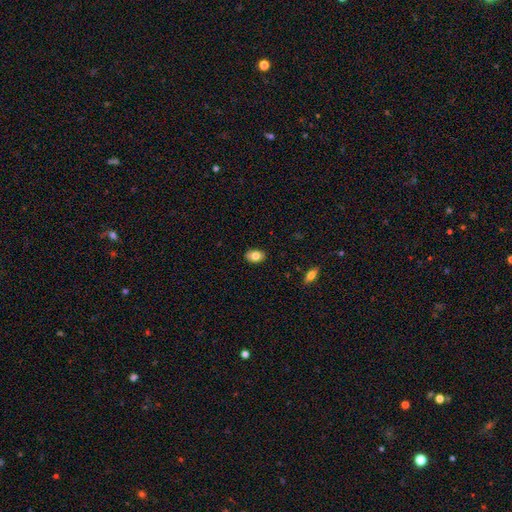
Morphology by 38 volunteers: Volunteers were most divided on "merging": none: 89%, minor disturbance: 8%, major disturbance: 3%, merger: 0%. More confident: smooth or featured — smooth (92%); how rounded — in between (91%).